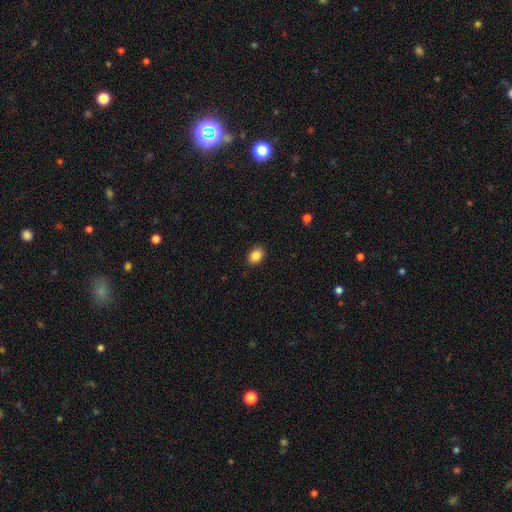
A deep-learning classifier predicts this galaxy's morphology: type=smooth (88%); roundness=in between (74%); merging=none (89%).